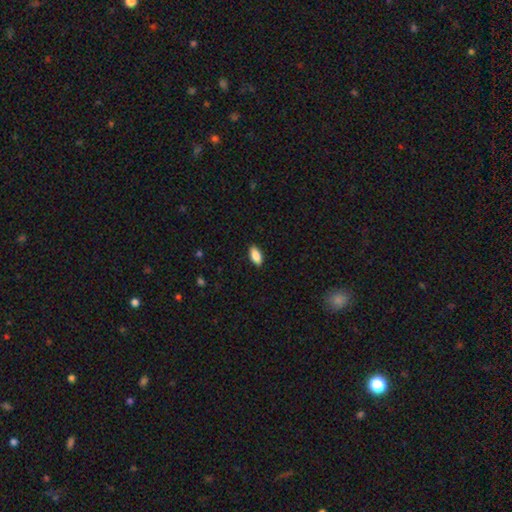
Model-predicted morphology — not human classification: smooth 86%, star or artifact 7%, featured or disk 7%. Down the decision tree: how rounded — in between (89%); merging — none (89%).